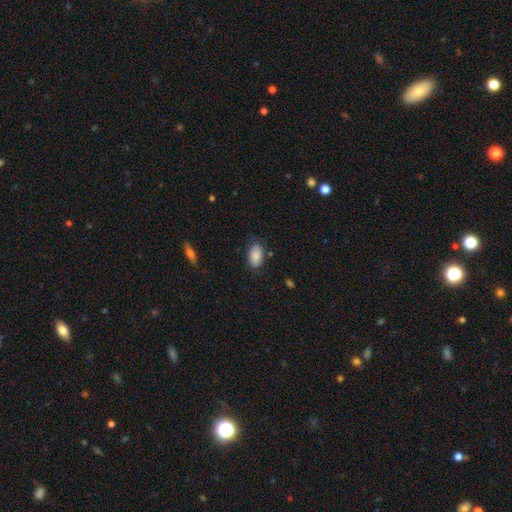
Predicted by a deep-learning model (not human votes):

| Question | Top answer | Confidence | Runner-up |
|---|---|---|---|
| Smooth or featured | smooth | 86% | featured or disk (7%) |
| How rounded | in between | 93% | round (5%) |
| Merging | none | 77% | minor disturbance (17%) |